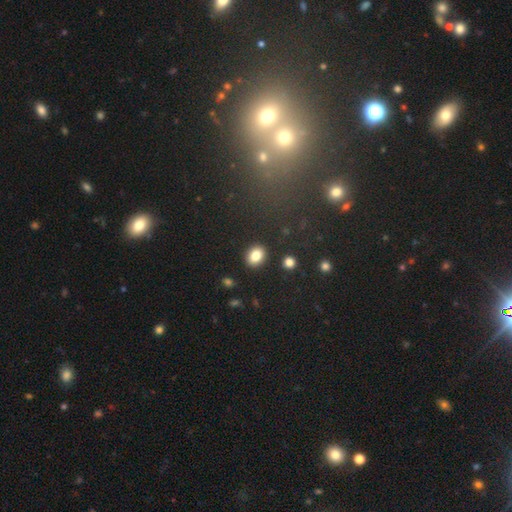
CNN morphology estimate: The model was most divided on "how rounded": in between: 53%, round: 46%, cigar-shaped: 1%. More confident: merging — none (89%); smooth or featured — smooth (83%).